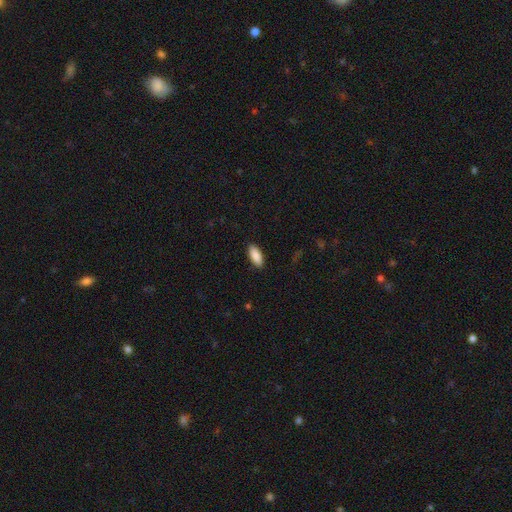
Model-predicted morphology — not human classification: Q: Smooth or featured?
A: smooth (90%); runner-up: star or artifact (6%)
Q: How rounded?
A: in between (83%); runner-up: cigar-shaped (15%)
Q: Merging?
A: none (90%); runner-up: minor disturbance (8%)